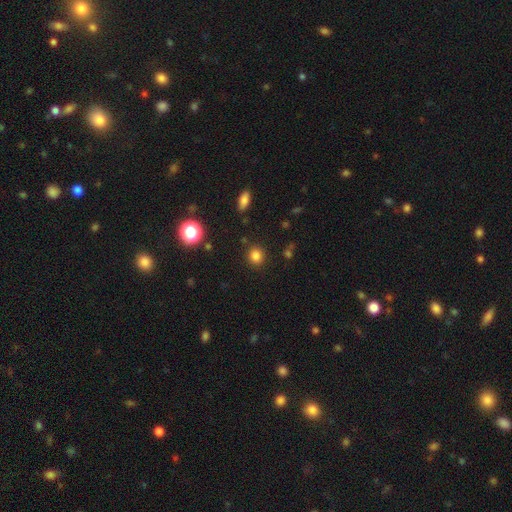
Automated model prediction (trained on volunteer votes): This appears to be a smooth galaxy with no disk features (82%) that is round (82%). Merging: none (87%).